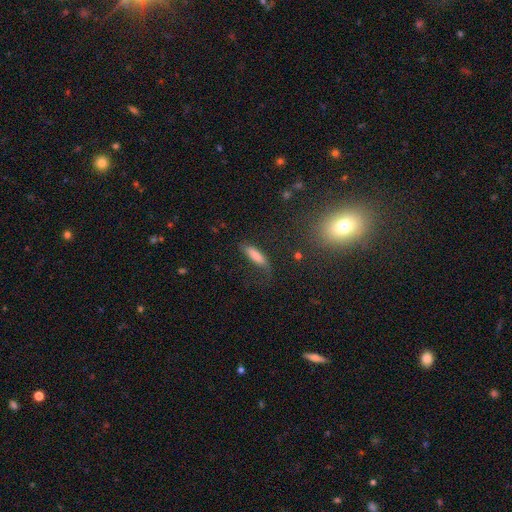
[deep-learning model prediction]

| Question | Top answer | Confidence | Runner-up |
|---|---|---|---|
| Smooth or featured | smooth | 78% | featured or disk (14%) |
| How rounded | cigar-shaped | 66% | in between (32%) |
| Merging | none | 56% | minor disturbance (25%) |